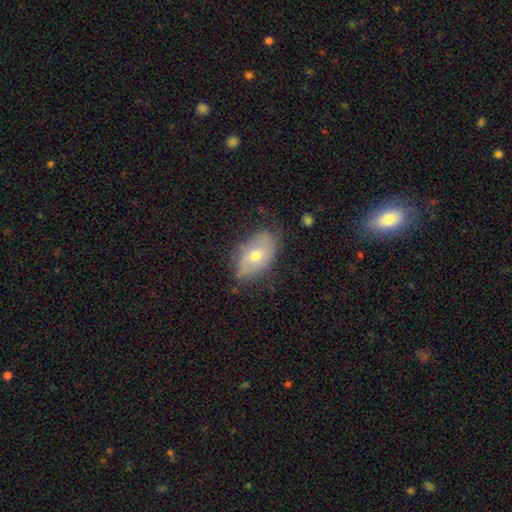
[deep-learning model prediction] smooth_or_featured: smooth (p=0.58) [alt: featured or disk p=0.35]
how_rounded: in between (p=0.91) [alt: round p=0.07]
merging: none (p=0.67) [alt: minor disturbance p=0.25]